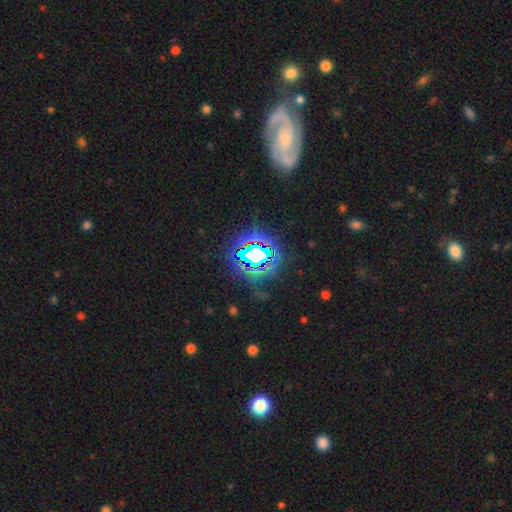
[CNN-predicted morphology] Smooth or featured? star or artifact (75%)